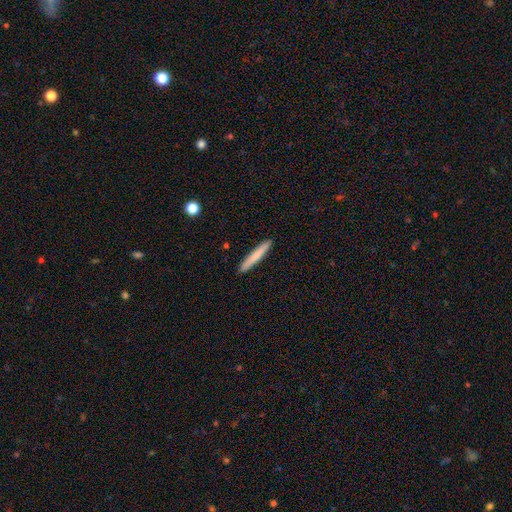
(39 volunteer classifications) A smooth galaxy with no disk features (79%) that is cigar-shaped (100%). Merging: none (87%).